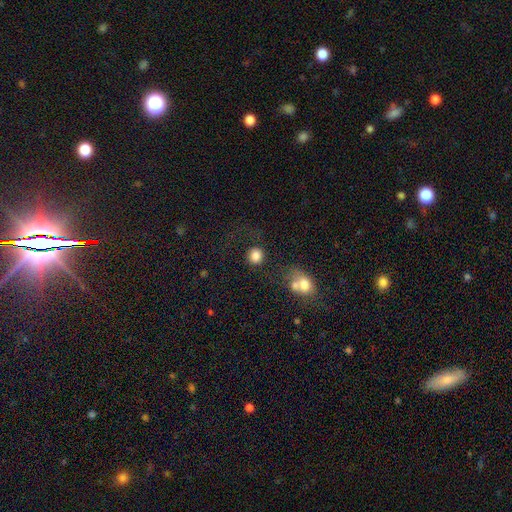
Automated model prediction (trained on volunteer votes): Q: Smooth or featured?
A: smooth (83%); runner-up: star or artifact (10%)
Q: How rounded?
A: round (87%); runner-up: in between (12%)
Q: Merging?
A: none (73%); runner-up: minor disturbance (11%)